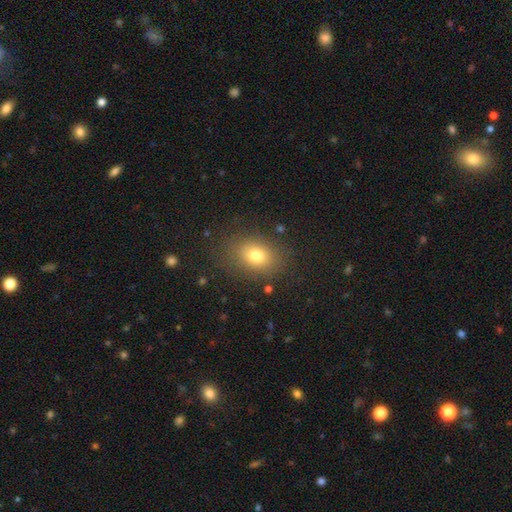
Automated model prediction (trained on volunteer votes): Overall: smooth (76%). How rounded: in between (61%; round 38%). Merging: none (82%).